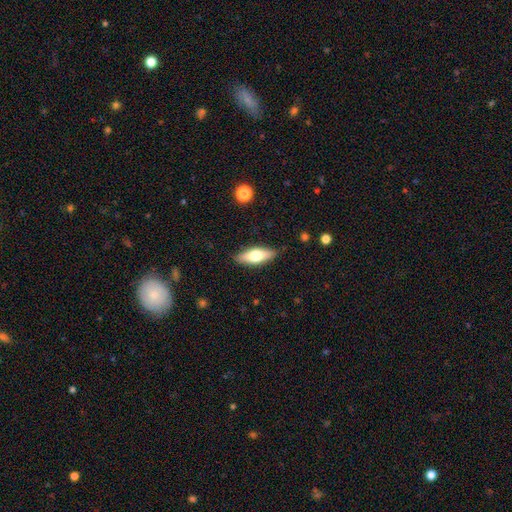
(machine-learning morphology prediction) smooth_or_featured: smooth (p=0.61) [alt: featured or disk p=0.32]
how_rounded: in between (p=0.67) [alt: cigar-shaped p=0.31]
merging: none (p=0.86) [alt: minor disturbance p=0.11]